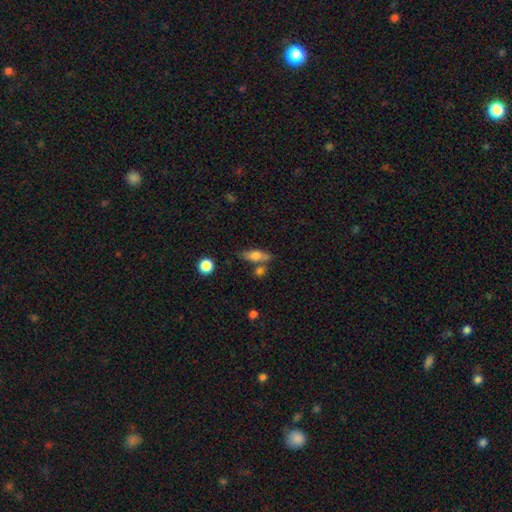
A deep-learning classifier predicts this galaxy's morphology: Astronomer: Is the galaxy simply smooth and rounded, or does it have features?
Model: smooth — 72%.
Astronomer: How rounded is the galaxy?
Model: in between — 65%.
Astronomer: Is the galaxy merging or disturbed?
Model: none — 64%.